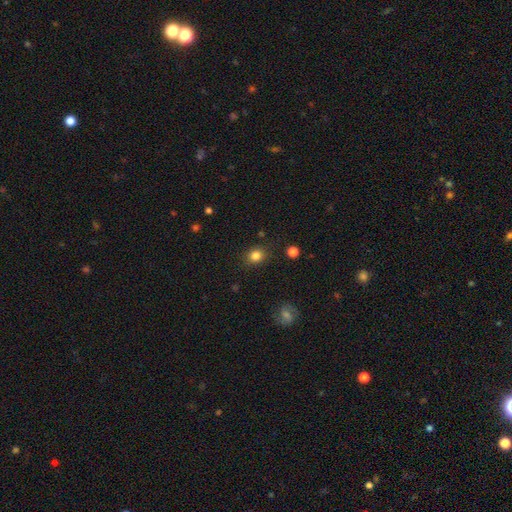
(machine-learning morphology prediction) Overall: smooth (83%). How rounded: round (65%; in between 34%). Merging: none (84%).